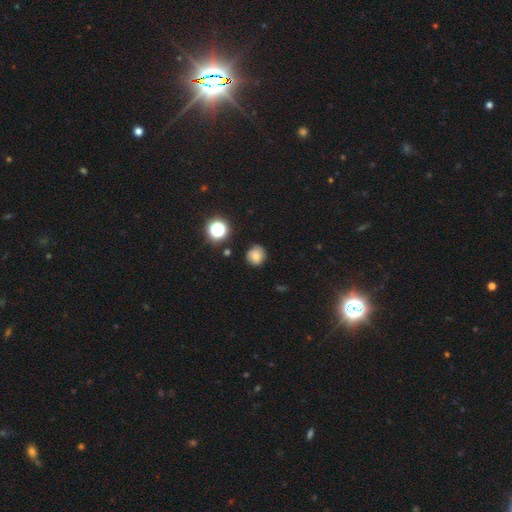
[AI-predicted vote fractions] Smooth or featured? smooth (74%)
How rounded? round (86%)
Merging? none (79%)